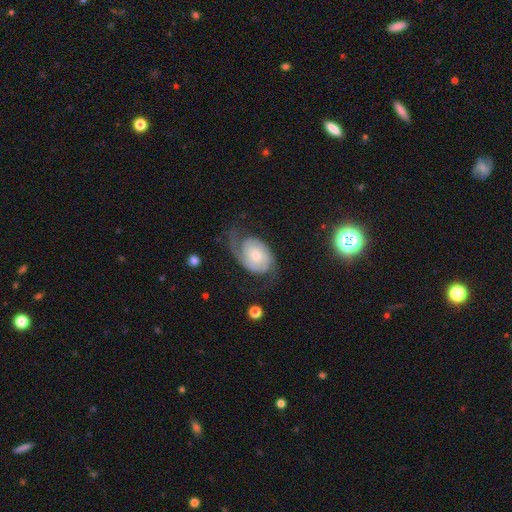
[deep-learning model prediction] This appears to be a featured or disk galaxy (79%) with no bar (73%), 2 (84%) medium (39%) spiral arms (95%) and a small central bulge (52%). Merging: none (60%).